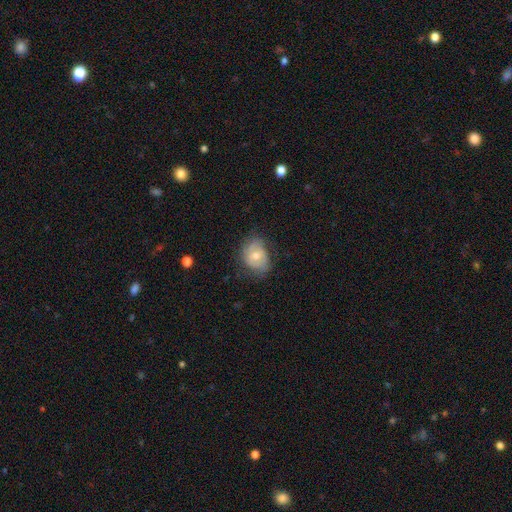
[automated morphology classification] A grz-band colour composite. It shows a smooth galaxy with no disk features (56%) that is in between round and cigar-shaped (54%). Merging: none (59%).